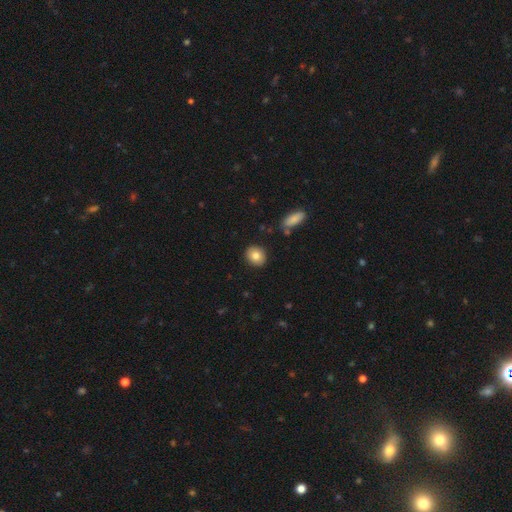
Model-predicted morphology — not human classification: A smooth galaxy with no disk features (83%) that is round (68%). Merging: none (89%).